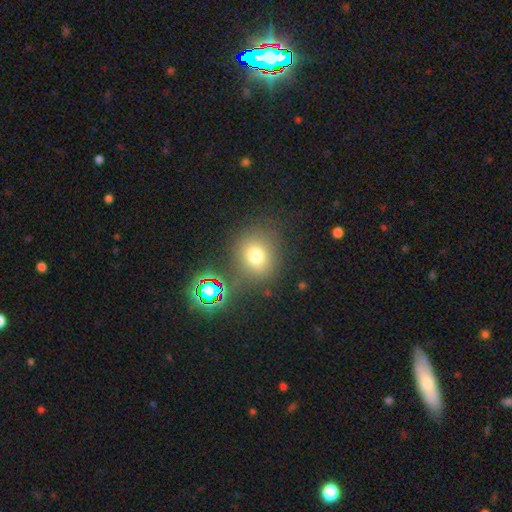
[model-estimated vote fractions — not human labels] The model was most divided on "smooth or featured": smooth: 71%, star or artifact: 19%, featured or disk: 10%. More confident: how rounded — round (78%); merging — none (77%).